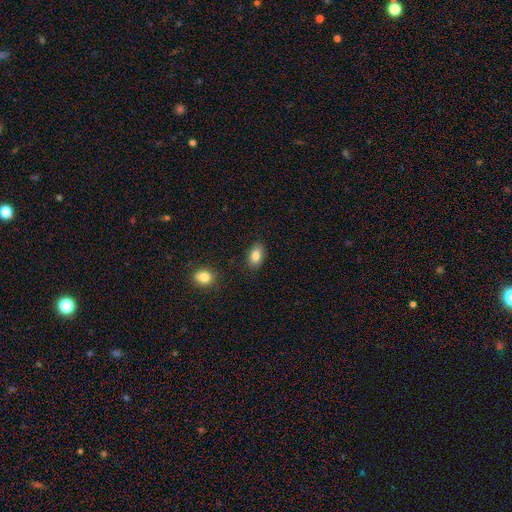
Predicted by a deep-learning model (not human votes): Q: Smooth or featured?
A: smooth (84%); runner-up: star or artifact (8%)
Q: How rounded?
A: in between (88%); runner-up: round (11%)
Q: Merging?
A: none (87%); runner-up: minor disturbance (9%)